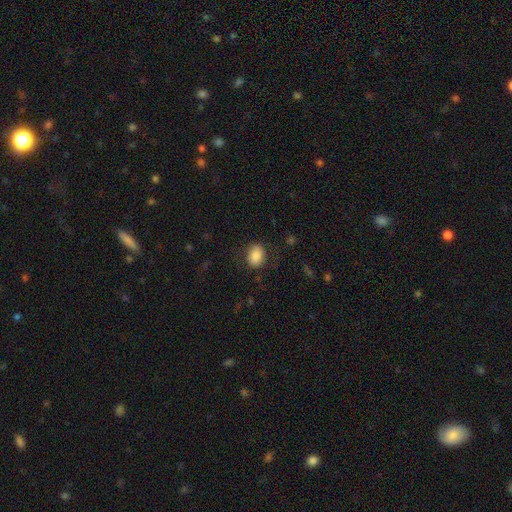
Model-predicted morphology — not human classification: Overall: smooth (85%). How rounded: in between (57%; round 42%). Merging: none (79%).